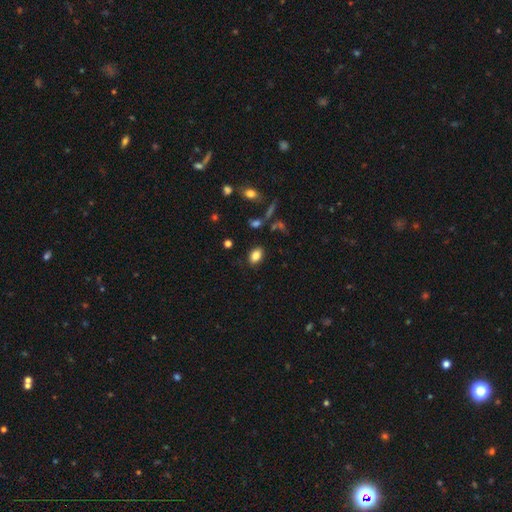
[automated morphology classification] Smooth or featured? smooth (83%)
How rounded? in between (84%)
Merging? none (84%)